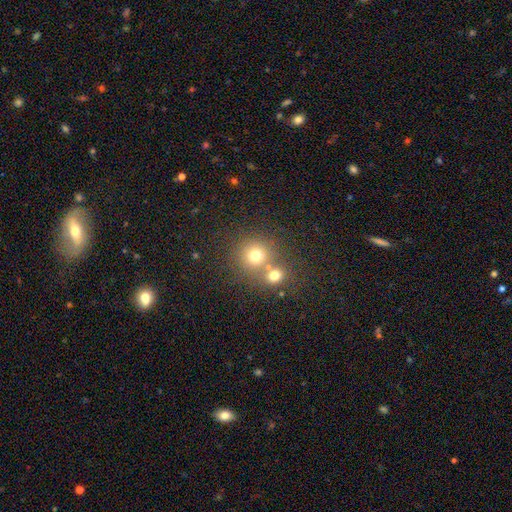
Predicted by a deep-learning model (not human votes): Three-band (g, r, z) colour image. It shows a smooth galaxy with no disk features (73%) that is round (90%). Merging: none (58%).